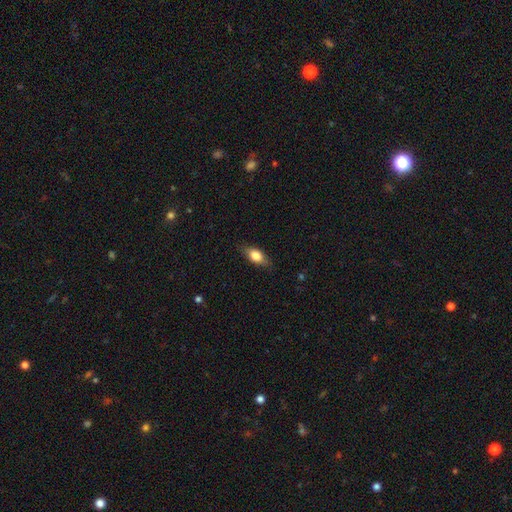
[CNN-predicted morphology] Smooth or featured? Predicted: smooth (p=0.75). How rounded? Predicted: in between (p=0.81). Merging? Predicted: none (p=0.81).